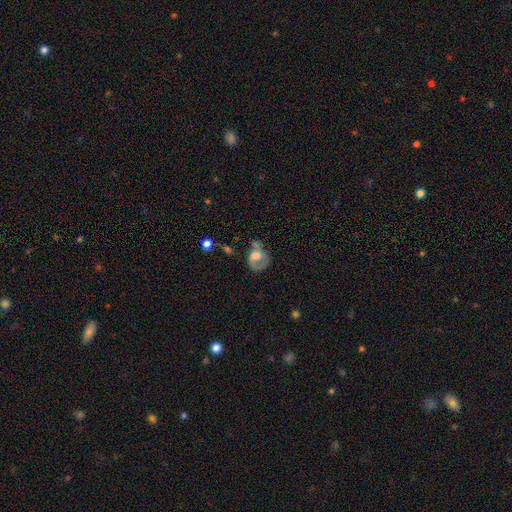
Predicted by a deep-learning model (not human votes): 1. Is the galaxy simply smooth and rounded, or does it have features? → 46% smooth, 45% featured or disk, 9% star or artifact.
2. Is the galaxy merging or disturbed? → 37% major disturbance, 25% none, 23% minor disturbance, 16% merger.